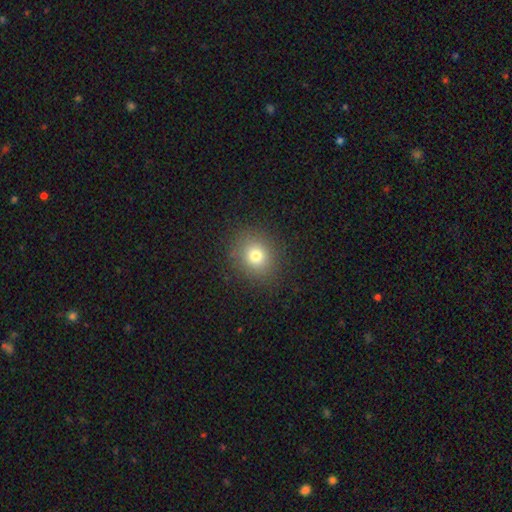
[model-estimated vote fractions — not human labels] Smooth or featured? smooth (76%)
How rounded? round (79%)
Merging? none (88%)